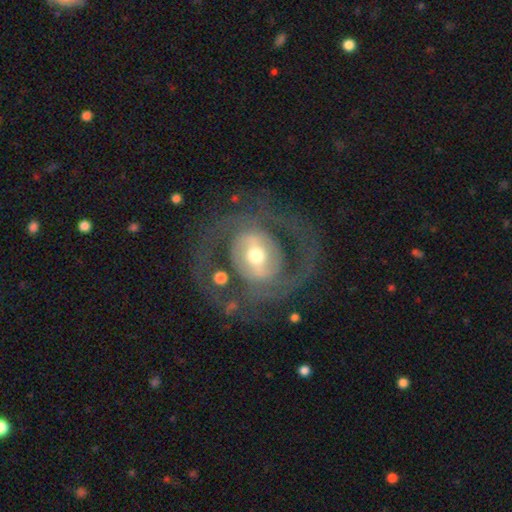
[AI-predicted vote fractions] Smooth or featured?
  - featured or disk: 80% *
  - smooth: 14%
  - star or artifact: 6%
Edge-on disk?
  - no: 96% *
  - yes: 4%
Bar?
  - weak: 37% *
  - strong: 33%
  - no: 31%
Spiral arms?
  - yes: 76% *
  - no: 24%
Spiral winding?
  - medium: 45% *
  - tight: 35%
  - loose: 21%
Spiral arm count?
  - 2: 71% *
  - can't tell: 14%
  - 1: 6%
  - 3: 5%
  - 4: 2%
  - more than 4: 2%
Bulge size?
  - moderate: 66% *
  - small: 19%
  - large: 12%
  - dominant: 2%
  - none: 1%
Merging?
  - none: 66% *
  - major disturbance: 18%
  - minor disturbance: 13%
  - merger: 3%